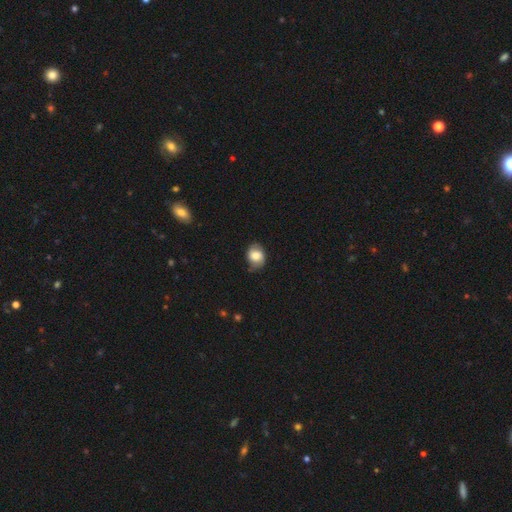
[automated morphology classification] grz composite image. It shows a smooth galaxy with no disk features (65%) that is in between round and cigar-shaped (56%). Merging: none (66%).